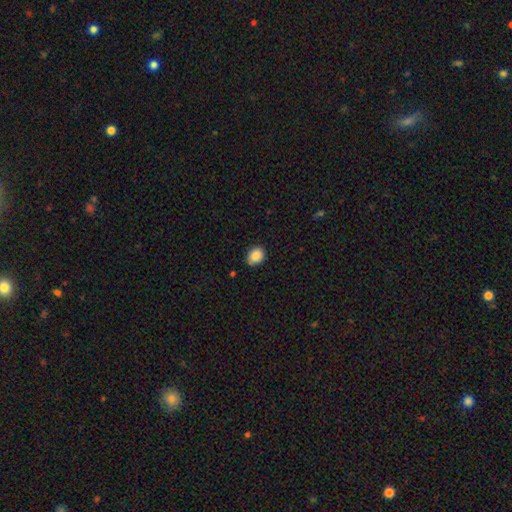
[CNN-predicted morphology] type=smooth (88%); roundness=in between (55%); merging=none (83%).